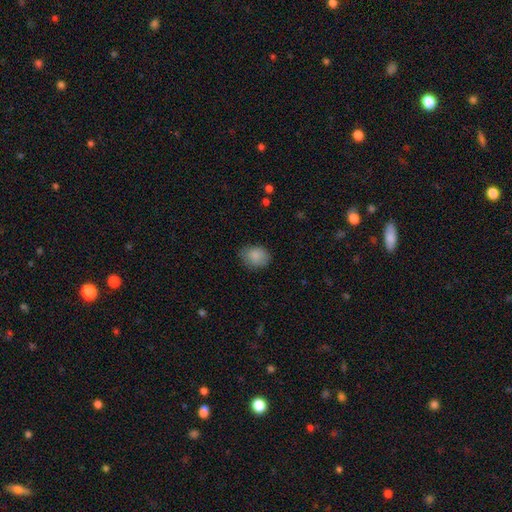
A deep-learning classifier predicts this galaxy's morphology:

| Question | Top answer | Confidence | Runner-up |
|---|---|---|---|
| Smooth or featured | smooth | 86% | star or artifact (8%) |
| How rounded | in between | 58% | round (41%) |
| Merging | none | 74% | minor disturbance (20%) |